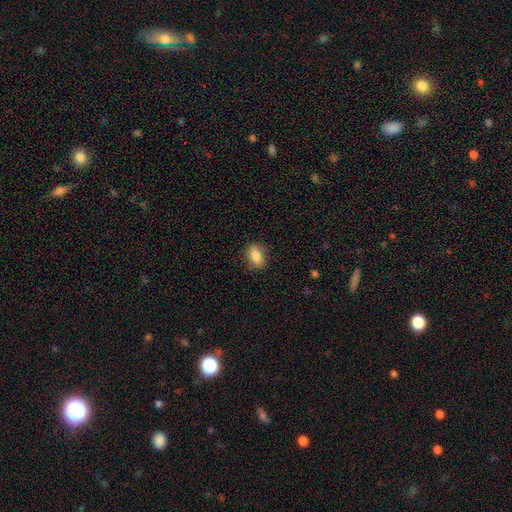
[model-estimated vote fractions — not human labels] The model was most divided on "how rounded": in between: 84%, round: 13%, cigar-shaped: 4%. More confident: merging — none (86%); smooth or featured — smooth (85%).